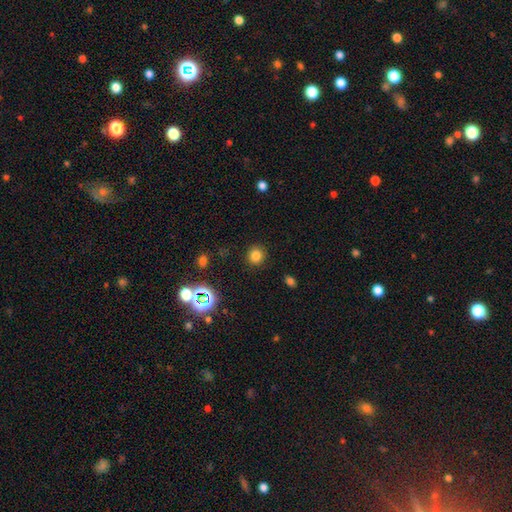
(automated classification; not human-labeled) A smooth galaxy with no disk features (80%) that is round (89%).

Vote fractions:
- Smooth or featured? smooth: 80% / star or artifact: 16% / featured or disk: 5%
- How rounded? round: 89% / in between: 10% / cigar-shaped: 1%
- Merging? none: 90% / minor disturbance: 6% / major disturbance: 3% / merger: 1%